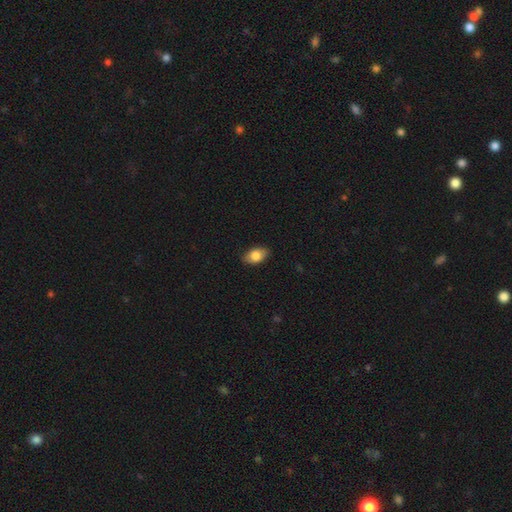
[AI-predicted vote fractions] A smooth galaxy with no disk features (81%) that is in between round and cigar-shaped (89%). Merging: none (86%).